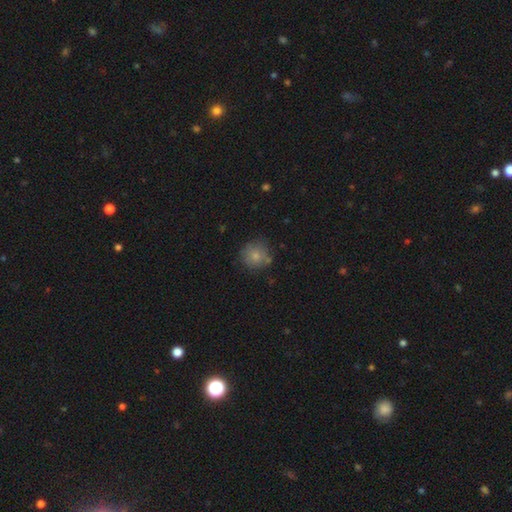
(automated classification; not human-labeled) Overall: smooth (80%). How rounded: round (91%). Merging: none (73%).